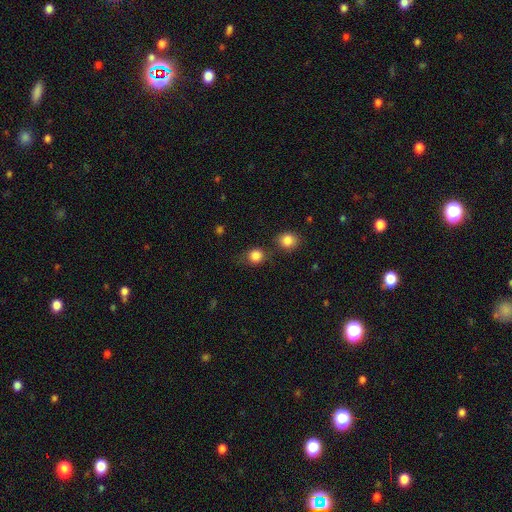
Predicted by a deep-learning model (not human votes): smooth 84%, star or artifact 11%, featured or disk 5%. Down the decision tree: how rounded — round (80%); merging — none (68%).